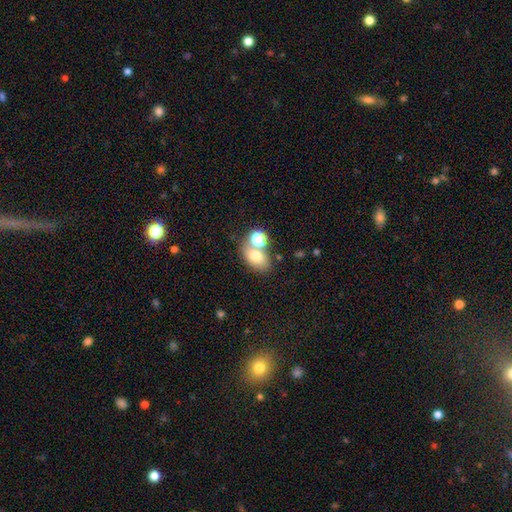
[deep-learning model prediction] Morphology: type=smooth (72%); roundness=in between (73%); merging=none (52%).